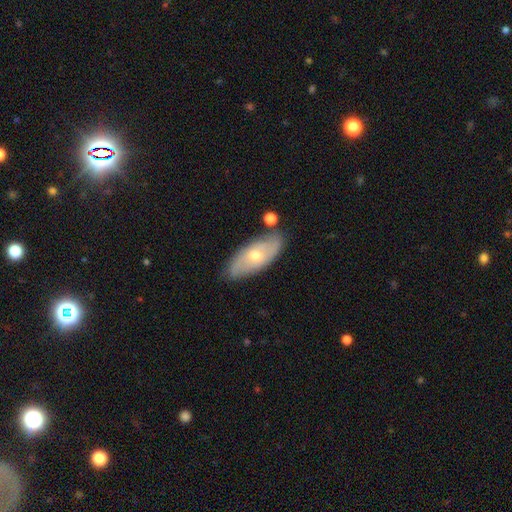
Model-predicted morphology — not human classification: Smooth or featured? featured or disk (52%)
Edge-on disk? no (81%)
Merging? none (74%)